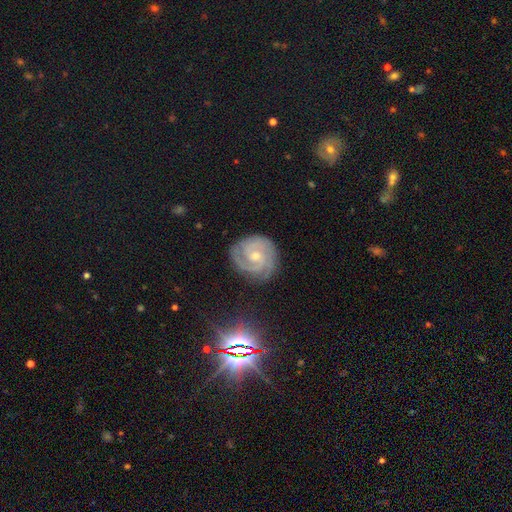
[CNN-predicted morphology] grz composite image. It shows a featured or disk galaxy (89%) with no bar (62%), 2 (38%) tight (72%) spiral arms (98%) and a small central bulge (56%). Merging: none (80%).